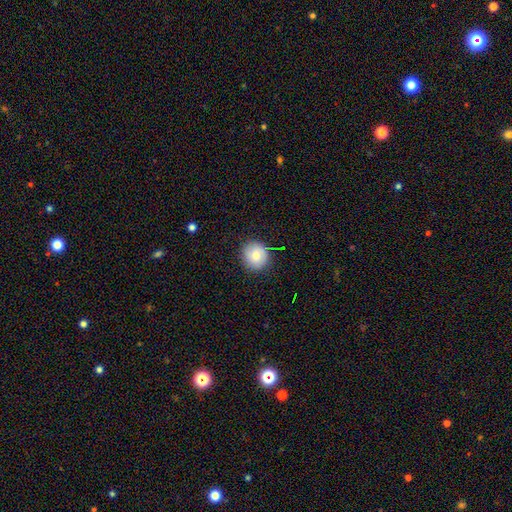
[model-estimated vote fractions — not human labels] Smooth or featured: smooth — 76% (featured or disk — 15%)
How rounded: round — 89% (in between — 10%)
Merging: none — 85% (minor disturbance — 11%)